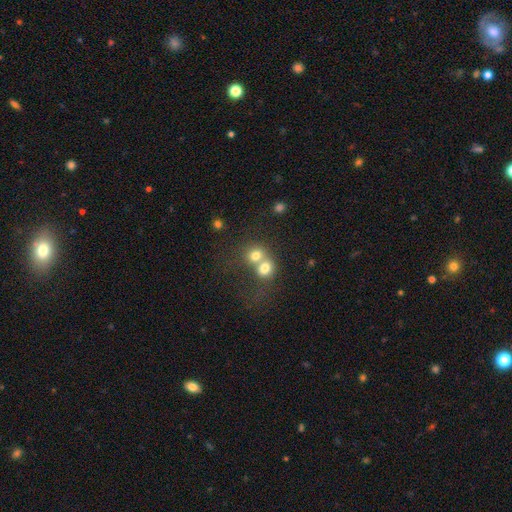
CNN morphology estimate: Q: Smooth or featured?
A: smooth (73%); runner-up: featured or disk (14%)
Q: How rounded?
A: round (77%); runner-up: in between (22%)
Q: Merging?
A: merger (63%); runner-up: none (28%)